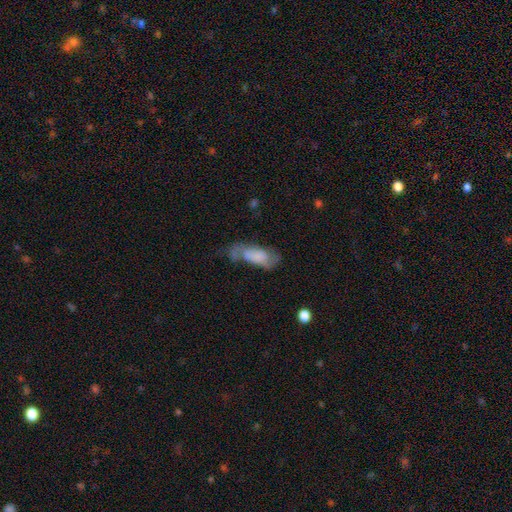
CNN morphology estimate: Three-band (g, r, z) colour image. It shows a smooth galaxy with no disk features (54%) that is in between round and cigar-shaped (74%). Merging: none (33%).